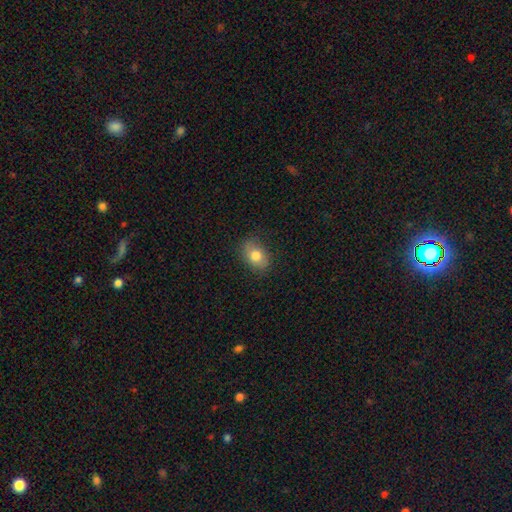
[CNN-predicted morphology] Q: Smooth or featured?
A: smooth (78%); runner-up: featured or disk (13%)
Q: How rounded?
A: in between (75%); runner-up: round (24%)
Q: Merging?
A: none (80%); runner-up: minor disturbance (15%)